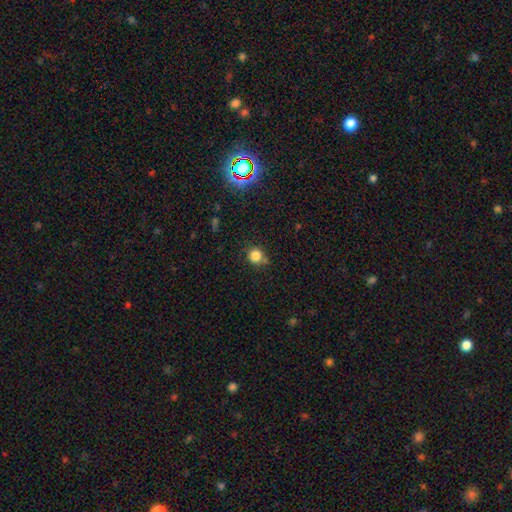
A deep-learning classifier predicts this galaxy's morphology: smooth_or_featured: smooth (p=0.81) [alt: star or artifact p=0.13]
how_rounded: round (p=0.88) [alt: in between p=0.11]
merging: none (p=0.70) [alt: minor disturbance p=0.18]